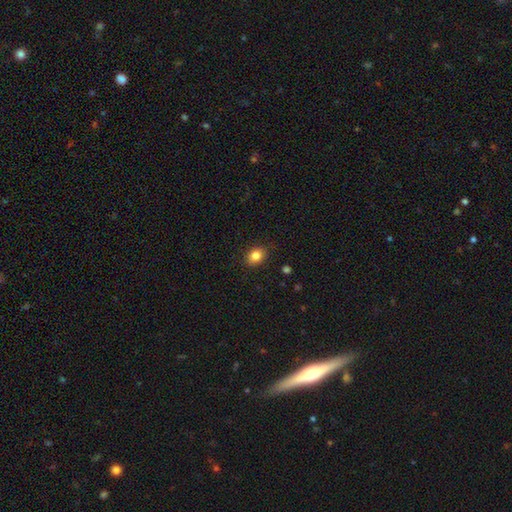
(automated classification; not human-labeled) smooth_or_featured: smooth (p=0.84) [alt: star or artifact p=0.10]
how_rounded: in between (p=0.63) [alt: round p=0.36]
merging: none (p=0.87) [alt: minor disturbance p=0.10]